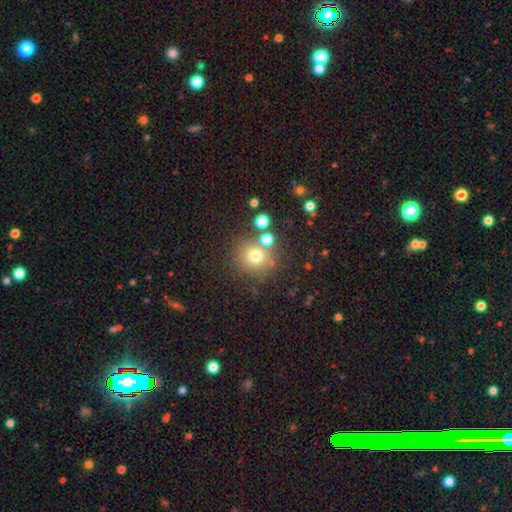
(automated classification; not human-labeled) Q: Smooth or featured?
A: smooth (72%); runner-up: star or artifact (17%)
Q: How rounded?
A: round (88%); runner-up: in between (11%)
Q: Merging?
A: none (73%); runner-up: merger (13%)